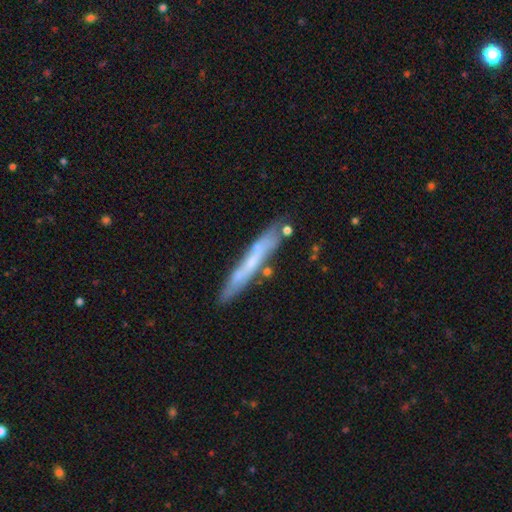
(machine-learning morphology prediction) smooth_or_featured: featured or disk (p=0.50) [alt: smooth p=0.42]
disk_edge_on: yes (p=0.80) [alt: no p=0.20]
merging: none (p=0.74) [alt: minor disturbance p=0.16]